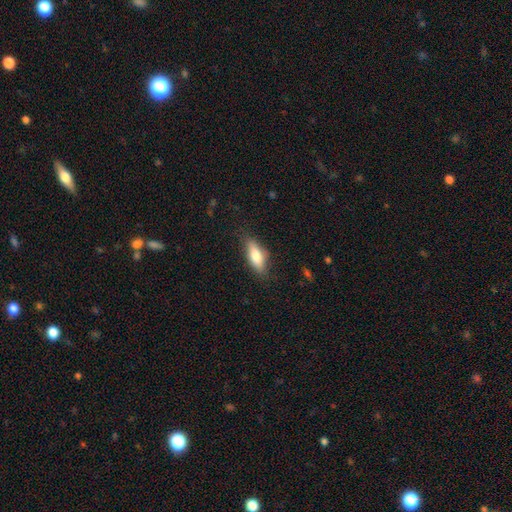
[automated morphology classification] Smooth or featured?
  - smooth: 71% *
  - featured or disk: 22%
  - star or artifact: 6%
How rounded?
  - in between: 66% *
  - cigar-shaped: 31%
  - round: 3%
Merging?
  - none: 77% *
  - minor disturbance: 17%
  - major disturbance: 4%
  - merger: 1%